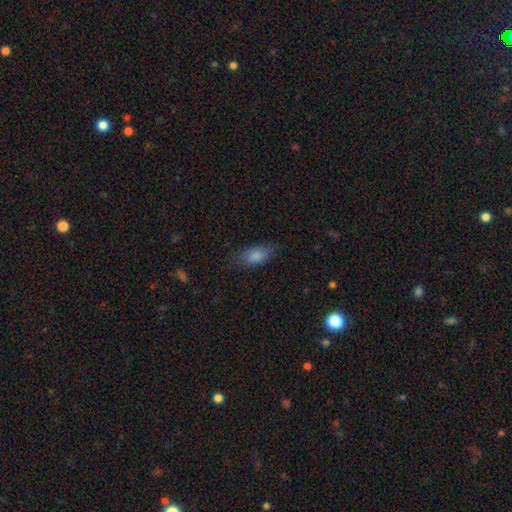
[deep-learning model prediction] smooth-or-featured: smooth: 84% | star or artifact: 8% | featured or disk: 8%
  how-rounded: in between: 88% | cigar-shaped: 8% | round: 4%
  merging: none: 76% | minor disturbance: 18% | major disturbance: 5% | merger: 1%